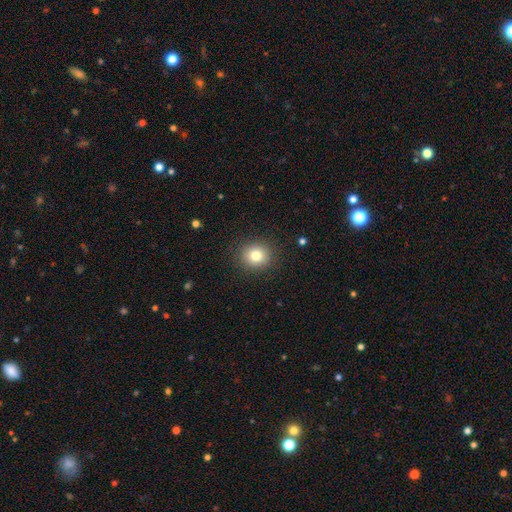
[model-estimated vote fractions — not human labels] The model was most divided on "how rounded": round: 82%, in between: 17%, cigar-shaped: 1%. More confident: merging — none (90%); smooth or featured — smooth (80%).